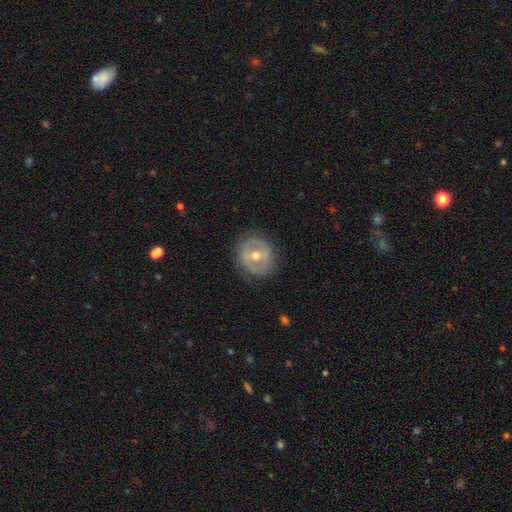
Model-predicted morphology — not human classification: smooth-or-featured: featured or disk: 65% | smooth: 29% | star or artifact: 6%
  disk-edge-on: no: 95% | yes: 5%
    bar: no: 39% | weak: 37% | strong: 24%
    has-spiral-arms: no: 72% | yes: 28%
    bulge-size: moderate: 75% | small: 20% | large: 3% | none: 1% | dominant: 1%
  merging: none: 83% | minor disturbance: 12% | major disturbance: 4% | merger: 1%